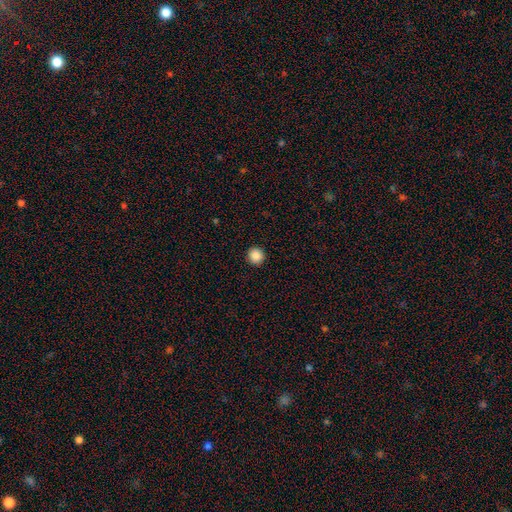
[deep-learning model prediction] smooth_or_featured: smooth (p=0.88) [alt: star or artifact p=0.09]
how_rounded: round (p=0.95) [alt: in between p=0.04]
merging: none (p=0.93) [alt: minor disturbance p=0.04]